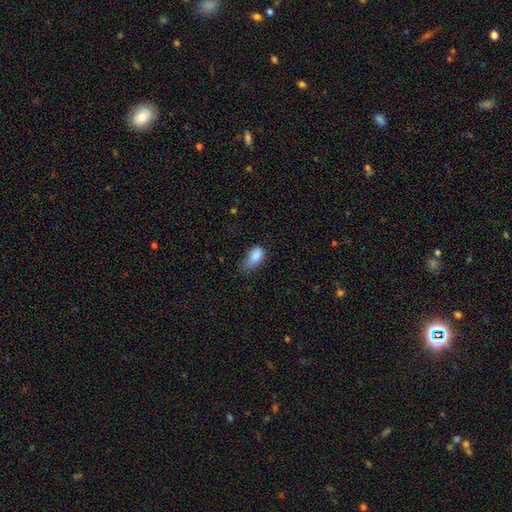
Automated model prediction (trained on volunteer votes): Smooth or featured? smooth (86%)
How rounded? in between (91%)
Merging? minor disturbance (46%)